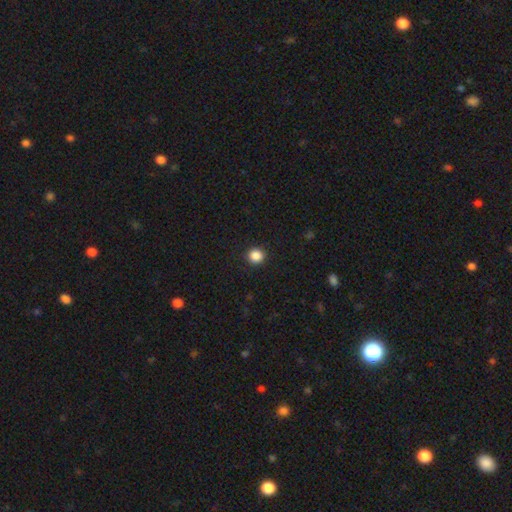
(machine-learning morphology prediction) The model was most divided on "smooth or featured": smooth: 87%, star or artifact: 10%, featured or disk: 3%. More confident: how rounded — round (93%); merging — none (92%).